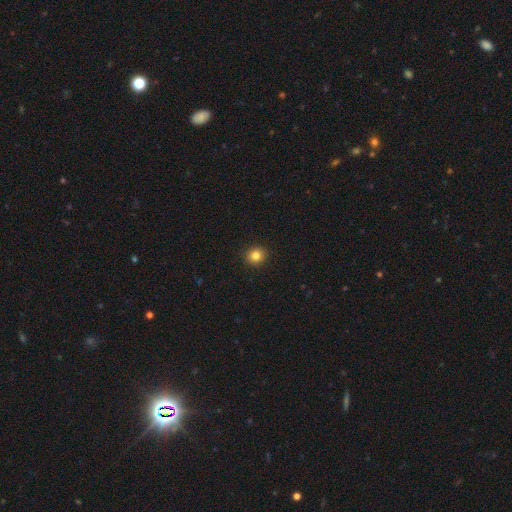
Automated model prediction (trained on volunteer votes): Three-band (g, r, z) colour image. It shows a smooth galaxy with no disk features (83%) that is round (89%). Merging: none (93%).